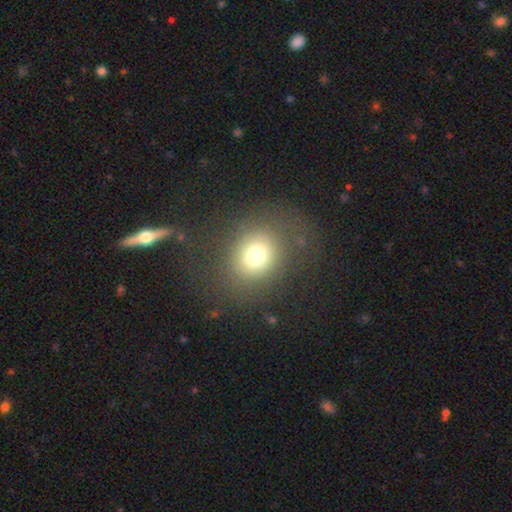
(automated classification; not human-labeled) Smooth or featured?
  - smooth: 71% *
  - featured or disk: 15%
  - star or artifact: 14%
How rounded?
  - round: 68% *
  - in between: 31%
  - cigar-shaped: 1%
Merging?
  - none: 73% *
  - major disturbance: 13%
  - minor disturbance: 12%
  - merger: 2%